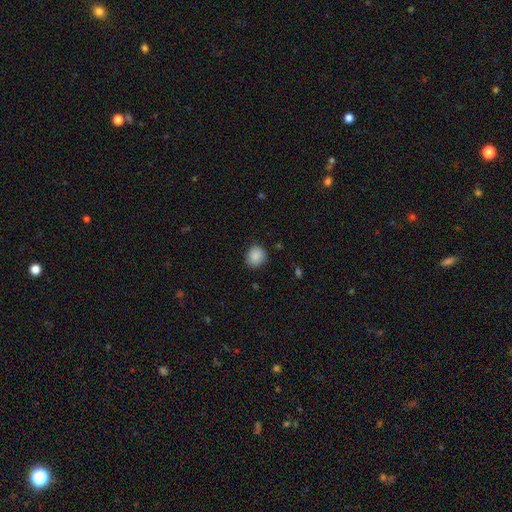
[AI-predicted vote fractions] Smooth or featured? Predicted: smooth (p=0.88). How rounded? Predicted: round (p=0.79). Merging? Predicted: none (p=0.84).